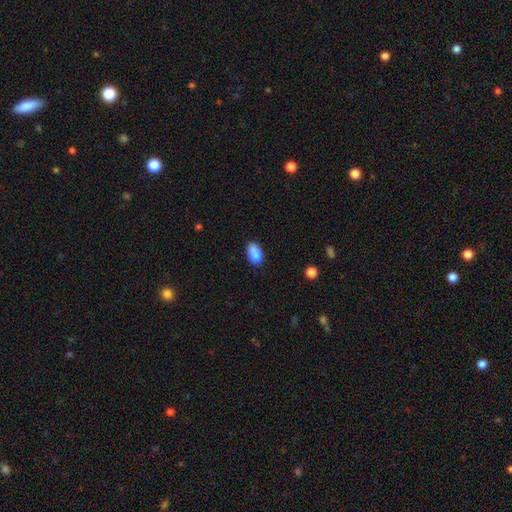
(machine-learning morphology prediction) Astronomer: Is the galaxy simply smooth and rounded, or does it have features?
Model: smooth — 84%.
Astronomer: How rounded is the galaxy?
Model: in between — 90%.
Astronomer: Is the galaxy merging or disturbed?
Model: none — 62%.